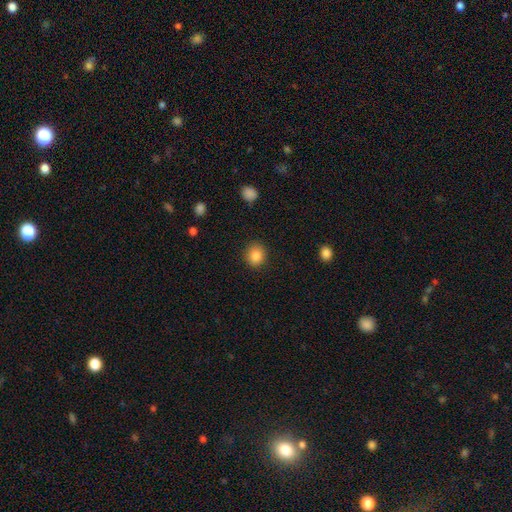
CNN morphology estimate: The model was most divided on "how rounded": round: 81%, in between: 18%, cigar-shaped: 1%. More confident: merging — none (89%); smooth or featured — smooth (86%).